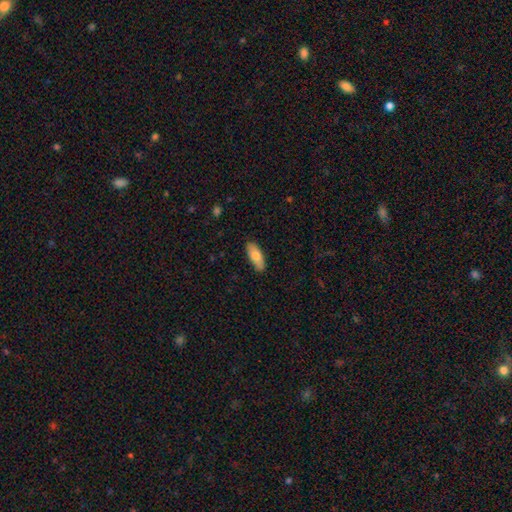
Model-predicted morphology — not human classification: smooth-or-featured: smooth: 75% | featured or disk: 19% | star or artifact: 6%
  how-rounded: in between: 75% | cigar-shaped: 23% | round: 2%
  merging: none: 87% | minor disturbance: 10% | major disturbance: 2% | merger: 1%